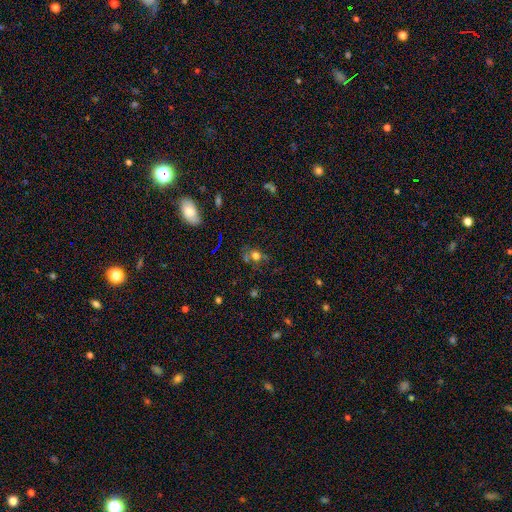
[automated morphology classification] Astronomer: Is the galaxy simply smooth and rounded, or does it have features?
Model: smooth — 58%.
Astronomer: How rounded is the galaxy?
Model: round — 60% (runner-up: in between, 38%).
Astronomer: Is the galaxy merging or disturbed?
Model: none — 54%.